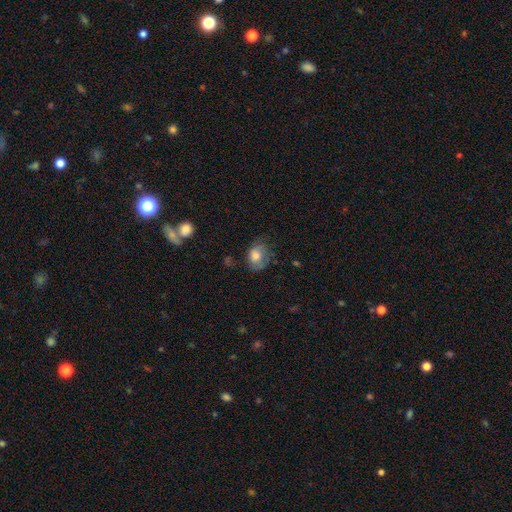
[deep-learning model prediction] smooth 71%, featured or disk 20%, star or artifact 9%. Down the decision tree: how rounded — in between (63%); merging — none (52%).